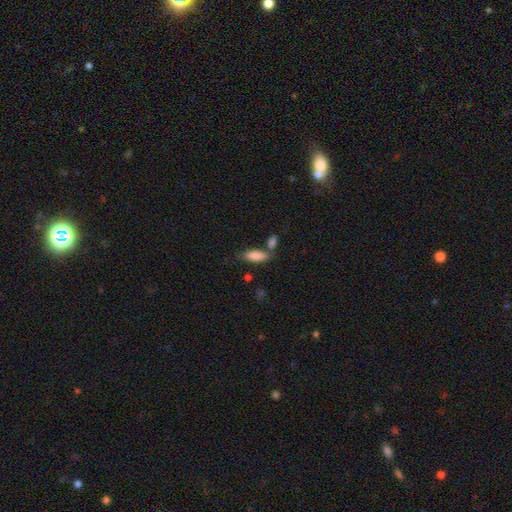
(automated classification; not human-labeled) A smooth galaxy with no disk features (84%) that is in between round and cigar-shaped (72%). Merging: none (56%).